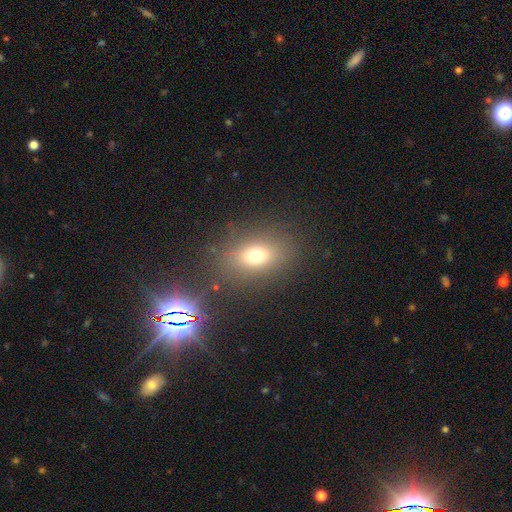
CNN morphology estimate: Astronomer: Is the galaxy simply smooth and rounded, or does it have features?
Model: smooth — 68%.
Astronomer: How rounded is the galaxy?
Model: in between — 64%.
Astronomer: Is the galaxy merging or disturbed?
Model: none — 80%.